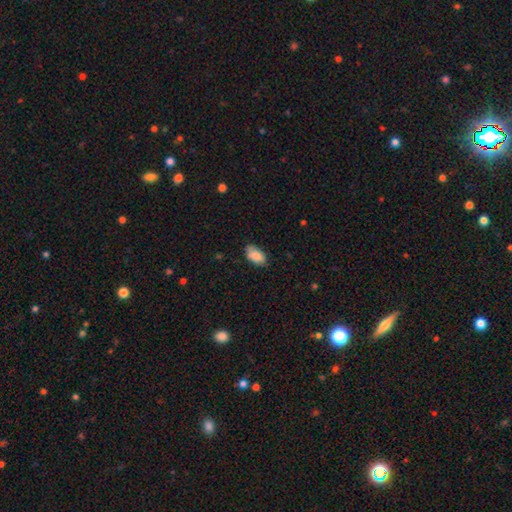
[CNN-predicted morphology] The model was most divided on "merging": none: 73%, minor disturbance: 23%, major disturbance: 4%, merger: 1%. More confident: how rounded — in between (94%); smooth or featured — smooth (86%).